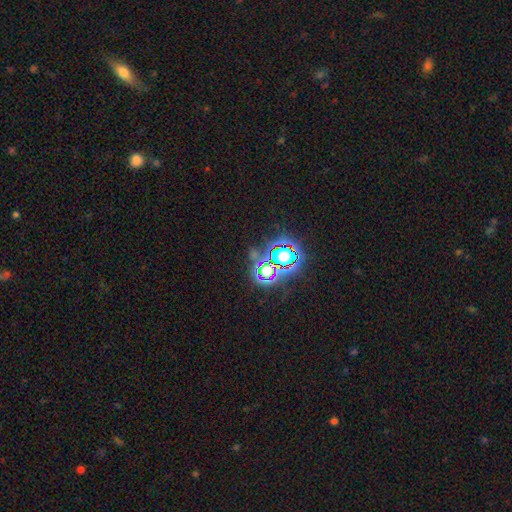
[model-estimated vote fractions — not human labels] star or artifact 76%, smooth 15%, featured or disk 9%.